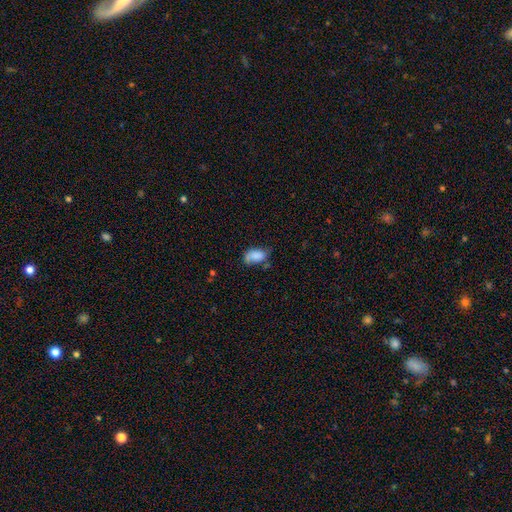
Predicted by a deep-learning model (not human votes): A smooth galaxy with no disk features (78%) that is in between round and cigar-shaped (90%).

Vote fractions:
- Smooth or featured? smooth: 78% / featured or disk: 14% / star or artifact: 8%
- How rounded? in between: 90% / round: 8% / cigar-shaped: 2%
- Merging? none: 47% / minor disturbance: 34% / major disturbance: 13% / merger: 6%